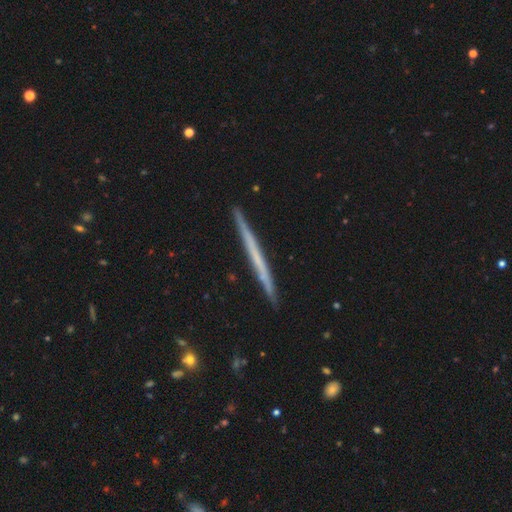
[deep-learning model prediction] This is possibly a featured or disk galaxy (56%). It is clearly viewed edge-on (98%). Edge-on bulge: clearly none (93%). Merging: clearly none (91%).